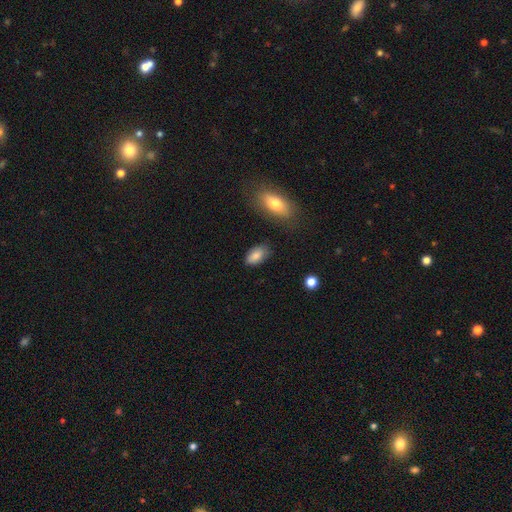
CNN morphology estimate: smooth_or_featured: smooth (p=0.86) [alt: star or artifact p=0.07]
how_rounded: in between (p=0.93) [alt: round p=0.04]
merging: none (p=0.78) [alt: minor disturbance p=0.16]